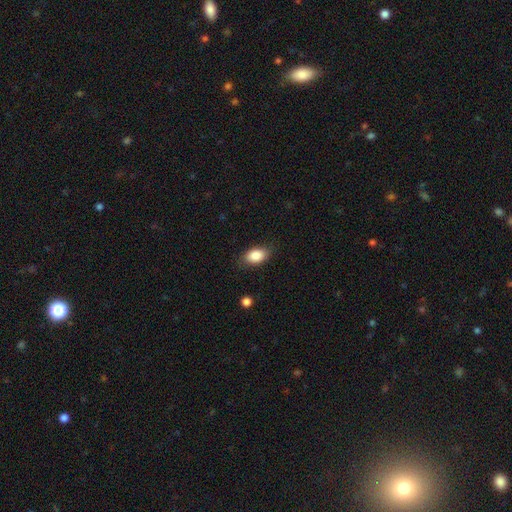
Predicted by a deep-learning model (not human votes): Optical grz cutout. It shows a smooth galaxy with no disk features (87%) that is in between round and cigar-shaped (90%). Merging: none (82%).